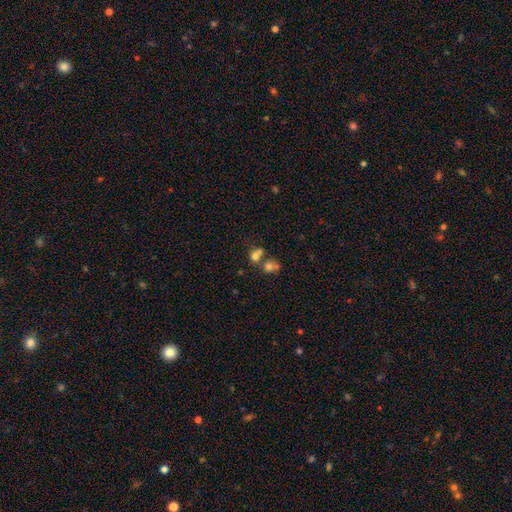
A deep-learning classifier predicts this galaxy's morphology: This is likely a smooth galaxy (68%). How rounded: likely round (73%). Merging: possibly merger (53%).